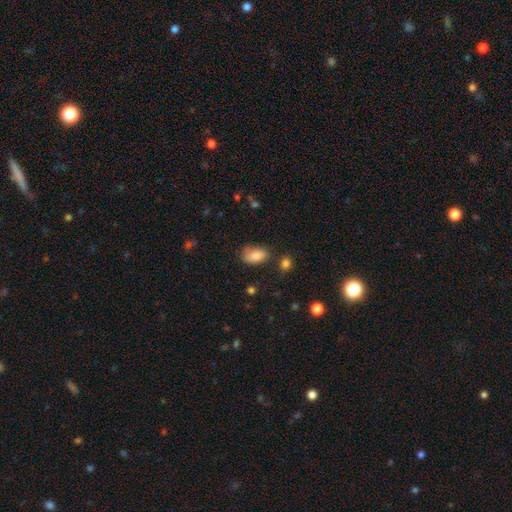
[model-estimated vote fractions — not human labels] The model was most divided on "merging": none: 64%, minor disturbance: 25%, major disturbance: 6%, merger: 5%. More confident: how rounded — in between (92%); smooth or featured — smooth (84%).